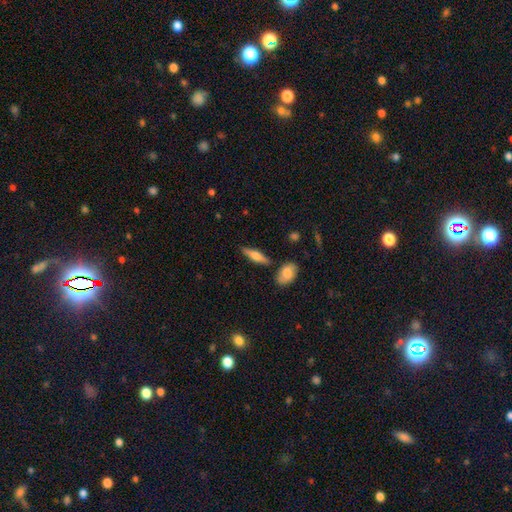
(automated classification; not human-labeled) Smooth or featured?
  - smooth: 54% *
  - featured or disk: 40%
  - star or artifact: 7%
How rounded?
  - cigar-shaped: 63% *
  - in between: 34%
  - round: 3%
Merging?
  - none: 81% *
  - minor disturbance: 11%
  - merger: 5%
  - major disturbance: 3%